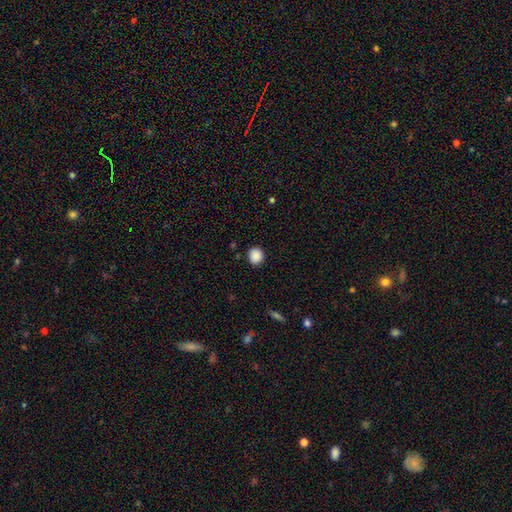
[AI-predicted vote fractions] Smooth or featured?
  - smooth: 89% *
  - star or artifact: 9%
  - featured or disk: 3%
How rounded?
  - round: 86% *
  - in between: 13%
  - cigar-shaped: 1%
Merging?
  - none: 89% *
  - minor disturbance: 8%
  - major disturbance: 2%
  - merger: 1%